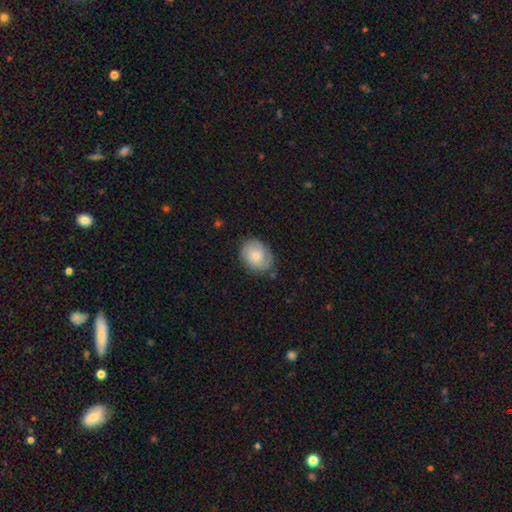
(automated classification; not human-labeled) A smooth galaxy with no disk features (62%) that is in between round and cigar-shaped (63%). Merging: none (72%).